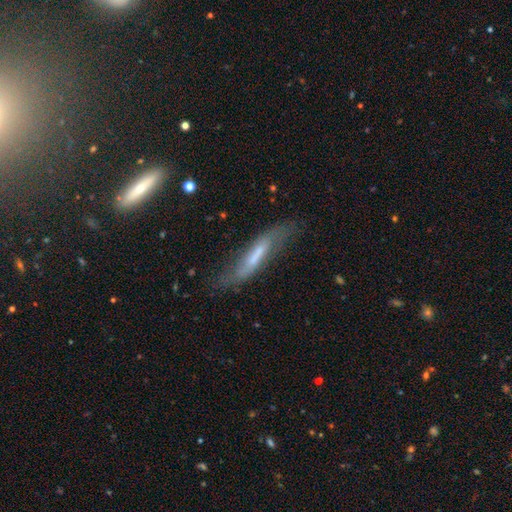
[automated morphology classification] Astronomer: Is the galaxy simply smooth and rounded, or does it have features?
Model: featured or disk — 58% (runner-up: smooth, 34%).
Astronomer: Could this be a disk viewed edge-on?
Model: no — 57% (runner-up: yes, 43%).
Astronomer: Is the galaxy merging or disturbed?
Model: none — 59%.